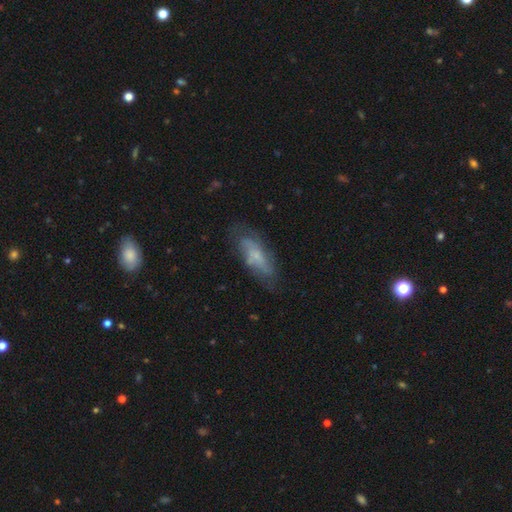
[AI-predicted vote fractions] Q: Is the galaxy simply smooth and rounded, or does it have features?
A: featured or disk — 54%.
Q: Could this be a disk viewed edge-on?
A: no — 83%.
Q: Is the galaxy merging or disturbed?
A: none — 64%.